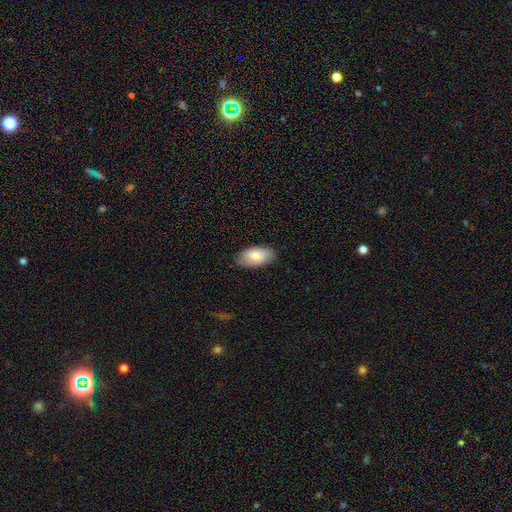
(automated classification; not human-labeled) This is likely a smooth galaxy (78%). How rounded: clearly in between (94%). Merging: clearly none (83%).